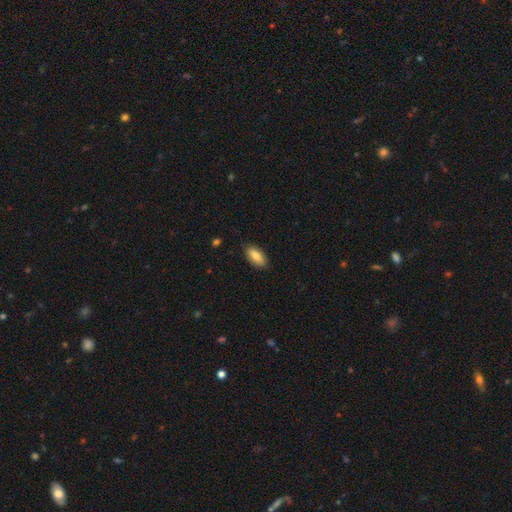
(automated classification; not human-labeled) A smooth galaxy with no disk features (83%) that is in between round and cigar-shaped (87%). Merging: none (86%).